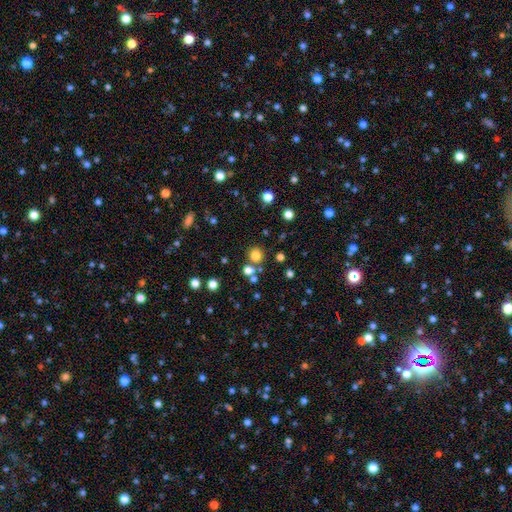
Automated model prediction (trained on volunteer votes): The model was most divided on "smooth or featured": smooth: 78%, star or artifact: 16%, featured or disk: 6%. More confident: how rounded — round (92%); merging — none (79%).